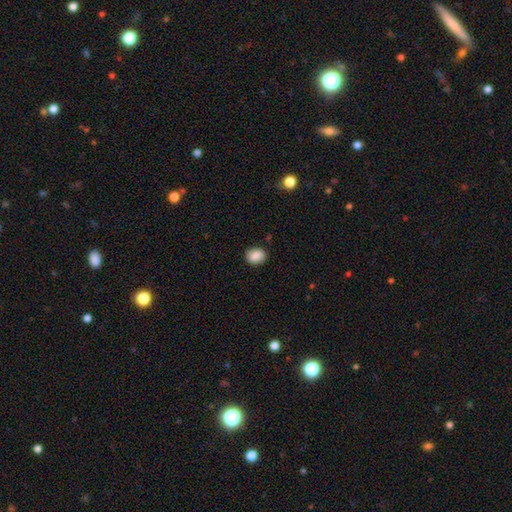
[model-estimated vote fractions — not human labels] This appears to be a smooth galaxy with no disk features (88%) that is round (52%). Merging: none (87%).